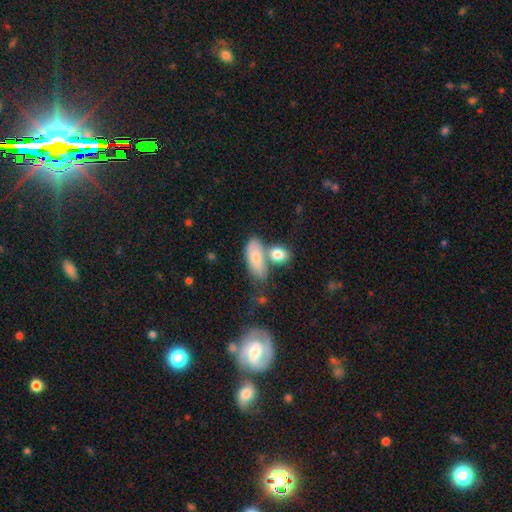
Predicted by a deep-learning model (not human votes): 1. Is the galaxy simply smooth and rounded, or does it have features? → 71% smooth, 22% featured or disk, 8% star or artifact.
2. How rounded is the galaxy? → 78% in between, 16% cigar-shaped, 6% round.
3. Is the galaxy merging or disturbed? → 44% none, 33% merger, 17% minor disturbance, 6% major disturbance.